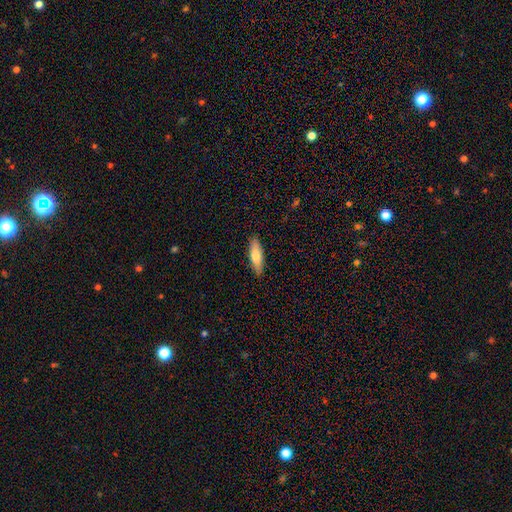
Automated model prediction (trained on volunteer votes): The model was most divided on "how rounded": cigar-shaped: 51%, in between: 47%, round: 2%. More confident: merging — none (89%); smooth or featured — smooth (72%).